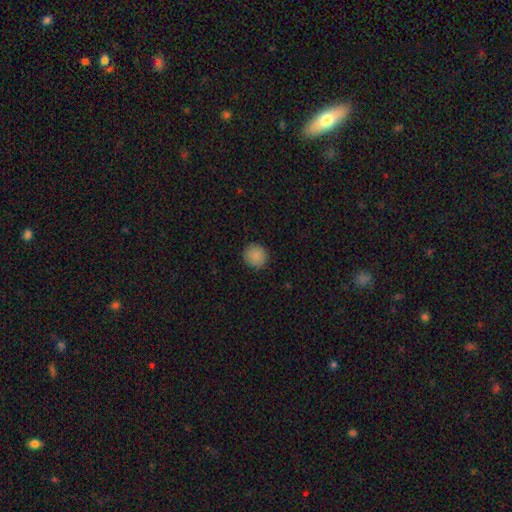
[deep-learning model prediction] Morphology: type=smooth (88%); roundness=round (91%); merging=none (90%).